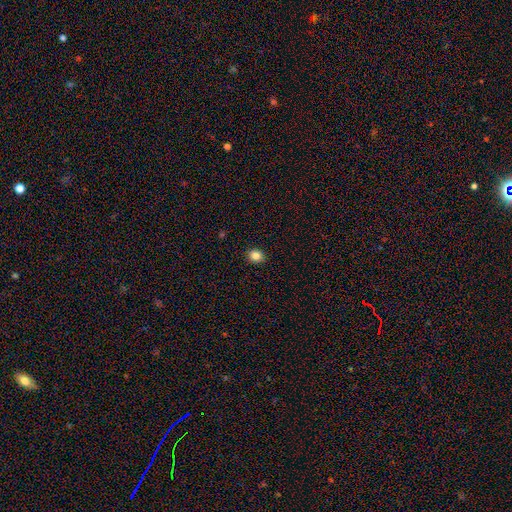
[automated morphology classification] This appears to be a smooth galaxy with no disk features (84%) that is round (68%). Merging: none (91%).